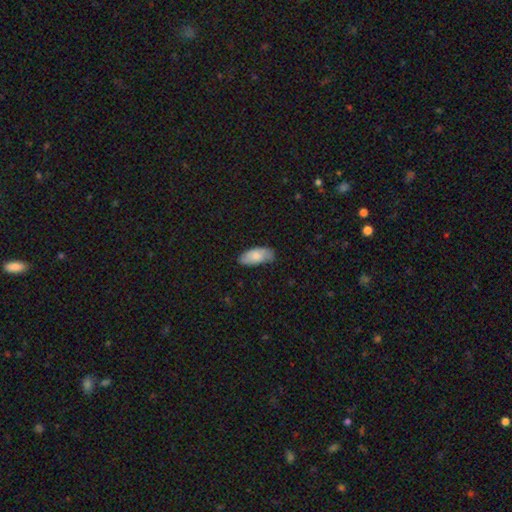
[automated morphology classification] A smooth galaxy with no disk features (82%) that is in between round and cigar-shaped (90%). Merging: none (71%).